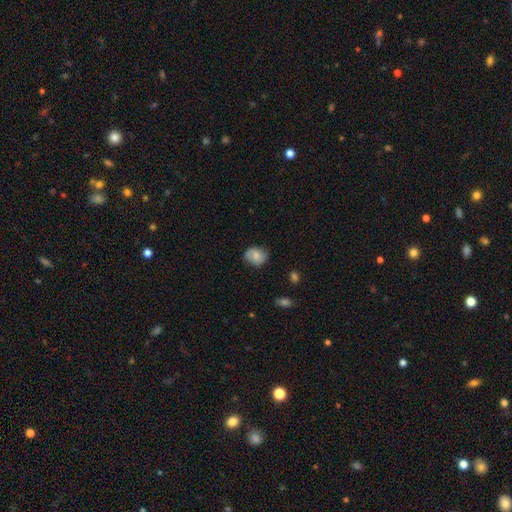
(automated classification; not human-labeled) smooth_or_featured: smooth (p=0.74) [alt: featured or disk p=0.18]
how_rounded: round (p=0.53) [alt: in between p=0.46]
merging: none (p=0.73) [alt: minor disturbance p=0.22]